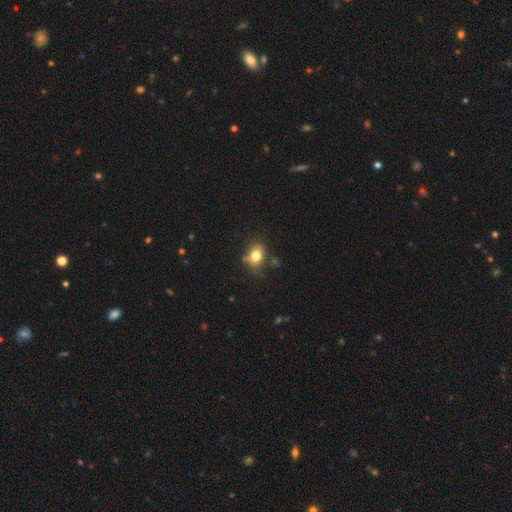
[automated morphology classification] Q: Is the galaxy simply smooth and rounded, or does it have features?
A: smooth — 76%.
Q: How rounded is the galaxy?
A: in between — 61%.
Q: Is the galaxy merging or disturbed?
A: none — 64%.